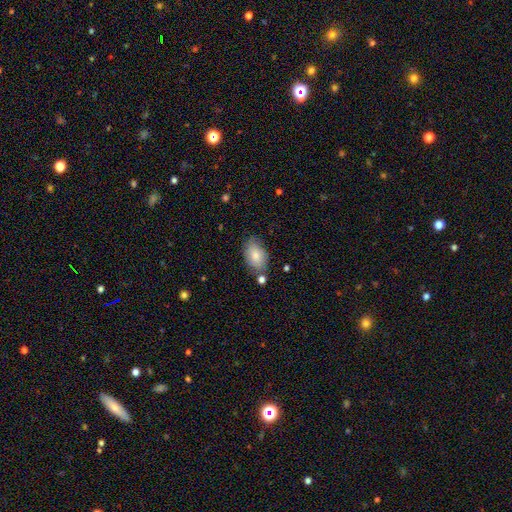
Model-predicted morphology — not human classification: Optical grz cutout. It shows a smooth galaxy with no disk features (77%) that is in between round and cigar-shaped (89%). Merging: none (65%).